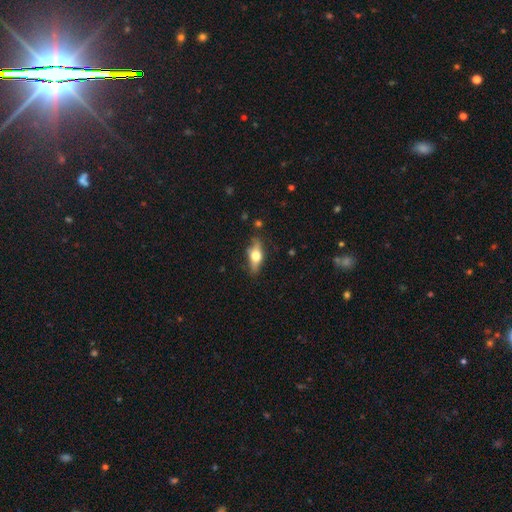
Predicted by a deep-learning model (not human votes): Q: Smooth or featured?
A: smooth (47%); runner-up: featured or disk (46%)
Q: Merging?
A: none (80%); runner-up: minor disturbance (15%)